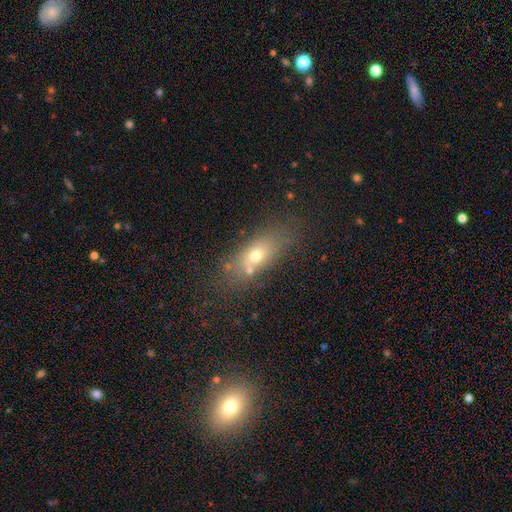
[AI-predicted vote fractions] Morphology: type=smooth (63%); roundness=in between (68%); merging=none (62%).